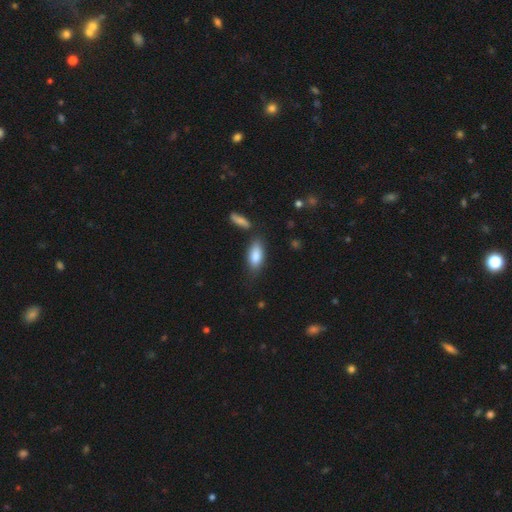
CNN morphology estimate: Smooth or featured? smooth (85%)
How rounded? in between (80%)
Merging? none (70%)